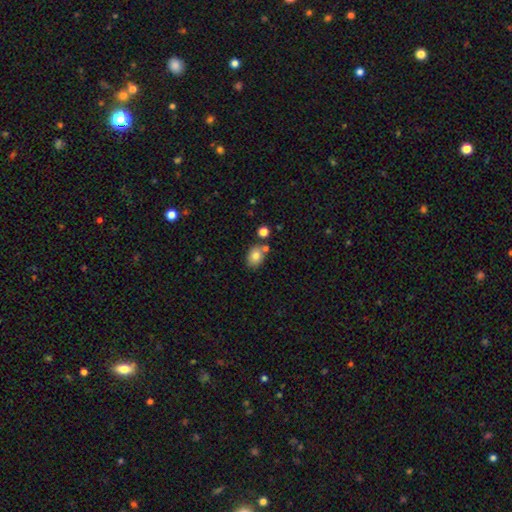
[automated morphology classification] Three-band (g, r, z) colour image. It shows a smooth galaxy with no disk features (79%) that is in between round and cigar-shaped (61%). Merging: none (69%).